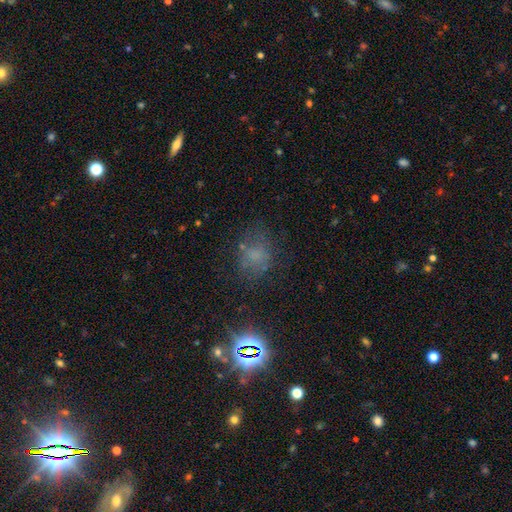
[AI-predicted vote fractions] A smooth galaxy with no disk features (50%).

Vote fractions:
- Smooth or featured? smooth: 50% / star or artifact: 31% / featured or disk: 19%
- Merging? none: 61% / minor disturbance: 20% / major disturbance: 15% / merger: 4%